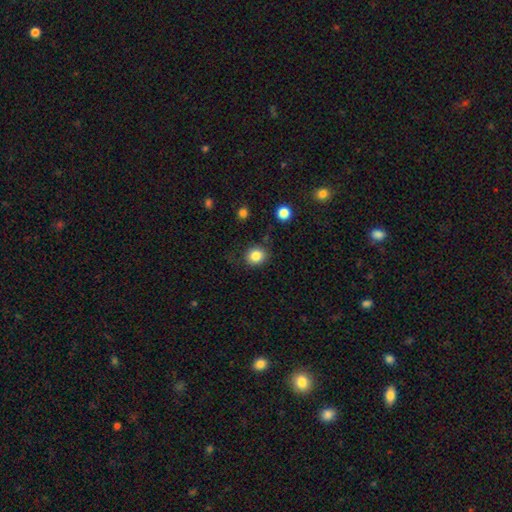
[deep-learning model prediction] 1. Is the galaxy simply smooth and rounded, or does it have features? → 84% smooth, 11% star or artifact, 6% featured or disk.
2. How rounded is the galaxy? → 80% round, 19% in between, 1% cigar-shaped.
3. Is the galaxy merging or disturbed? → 83% none, 11% minor disturbance, 4% major disturbance, 2% merger.